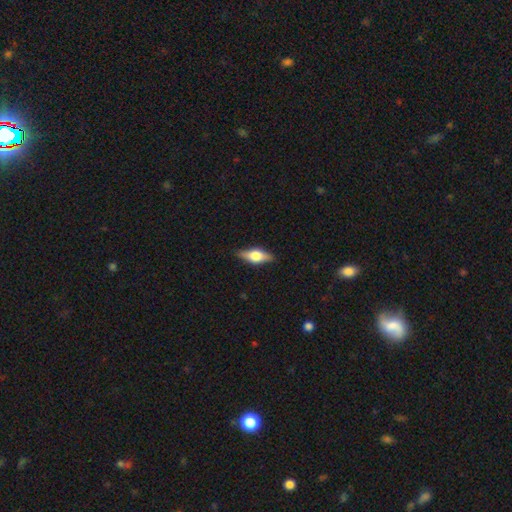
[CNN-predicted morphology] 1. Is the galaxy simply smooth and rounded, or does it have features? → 49% featured or disk, 44% smooth, 7% star or artifact.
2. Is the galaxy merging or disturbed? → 86% none, 11% minor disturbance, 2% major disturbance, 1% merger.